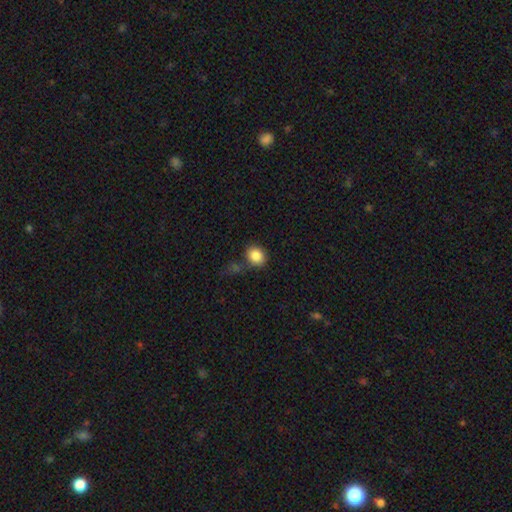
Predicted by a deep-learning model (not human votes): Smooth or featured?
  - smooth: 86% *
  - star or artifact: 9%
  - featured or disk: 5%
How rounded?
  - round: 67% *
  - in between: 32%
  - cigar-shaped: 1%
Merging?
  - none: 76% *
  - minor disturbance: 12%
  - merger: 8%
  - major disturbance: 4%